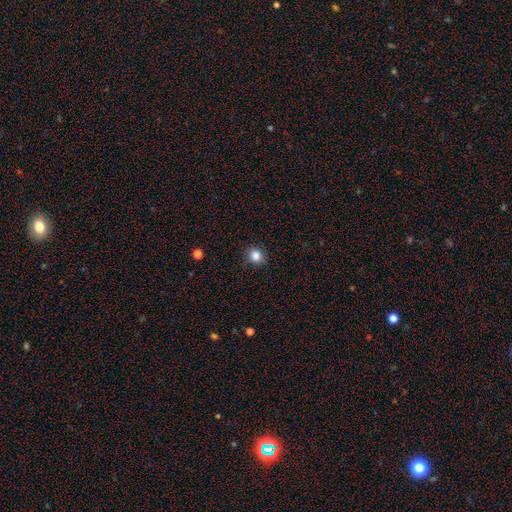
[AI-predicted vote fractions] This is clearly a smooth galaxy (85%). How rounded: clearly round (81%). Merging: clearly none (85%).